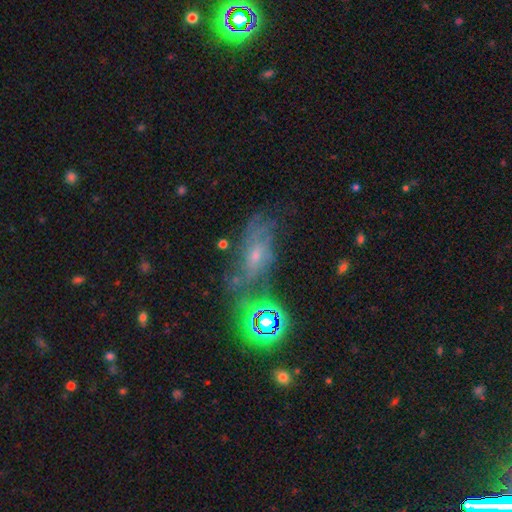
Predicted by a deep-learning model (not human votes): Smooth or featured? star or artifact (37%)